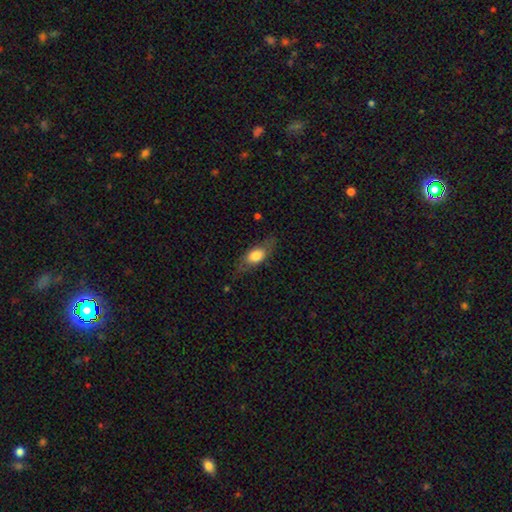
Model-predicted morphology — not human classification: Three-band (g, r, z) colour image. It shows a smooth galaxy with no disk features (67%) that is in between round and cigar-shaped (77%). Merging: none (70%).